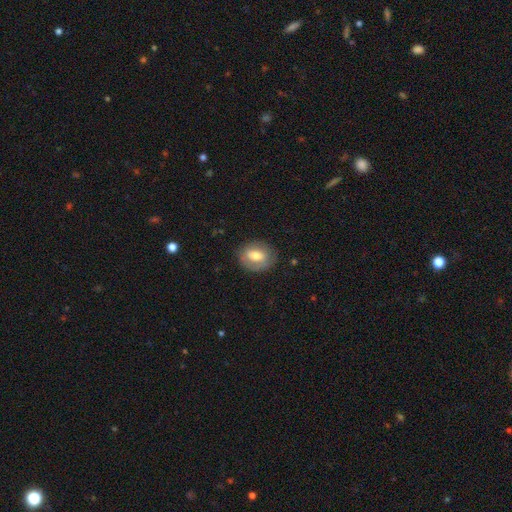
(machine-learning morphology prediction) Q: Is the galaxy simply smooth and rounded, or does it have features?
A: smooth — 60%.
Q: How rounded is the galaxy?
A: in between — 51%.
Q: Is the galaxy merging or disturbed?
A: none — 78%.